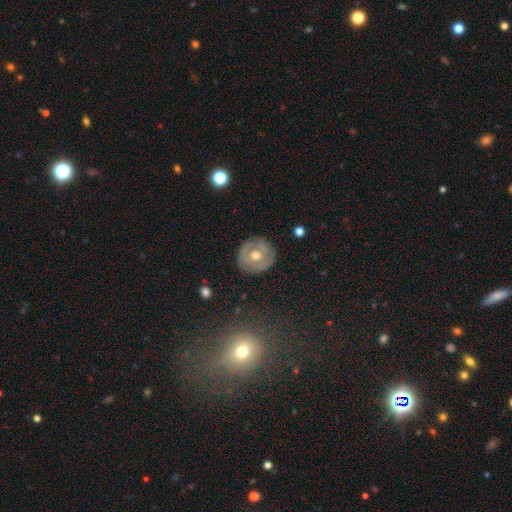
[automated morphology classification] A featured or disk galaxy (54%) with no bar (73%), no spiral arms (69%) and a moderate central bulge (79%). Merging: none (85%).